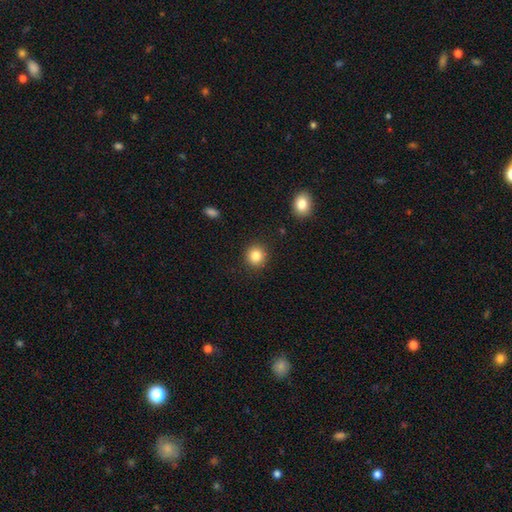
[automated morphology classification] Overall: smooth (84%). How rounded: round (91%). Merging: none (91%).